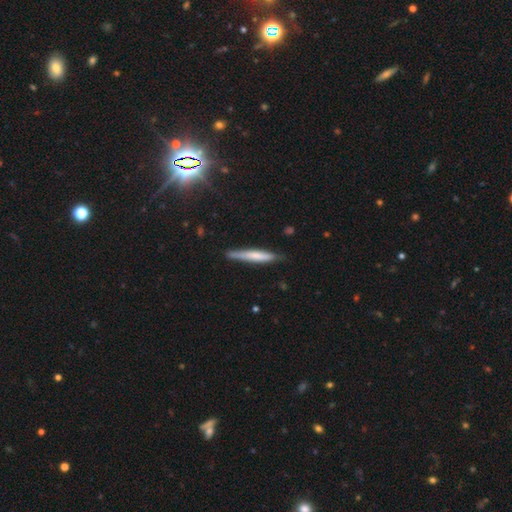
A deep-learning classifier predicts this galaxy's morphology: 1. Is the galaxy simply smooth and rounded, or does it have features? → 60% smooth, 34% featured or disk, 6% star or artifact.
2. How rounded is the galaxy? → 94% cigar-shaped, 5% in between, 1% round.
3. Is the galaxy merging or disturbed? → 79% none, 17% minor disturbance, 3% major disturbance, 2% merger.